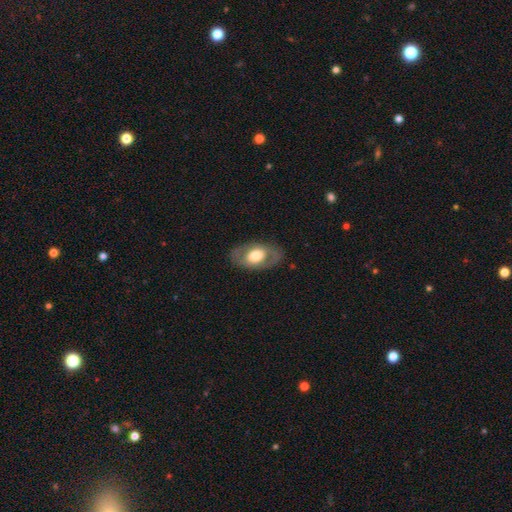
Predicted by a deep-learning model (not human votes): This appears to be a featured or disk galaxy (49%). Merging: none (80%).